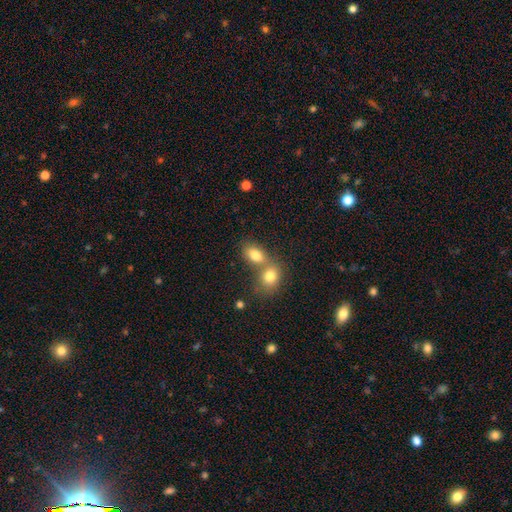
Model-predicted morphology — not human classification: Q: Smooth or featured?
A: smooth (79%); runner-up: featured or disk (11%)
Q: How rounded?
A: in between (77%); runner-up: round (21%)
Q: Merging?
A: merger (56%); runner-up: none (33%)